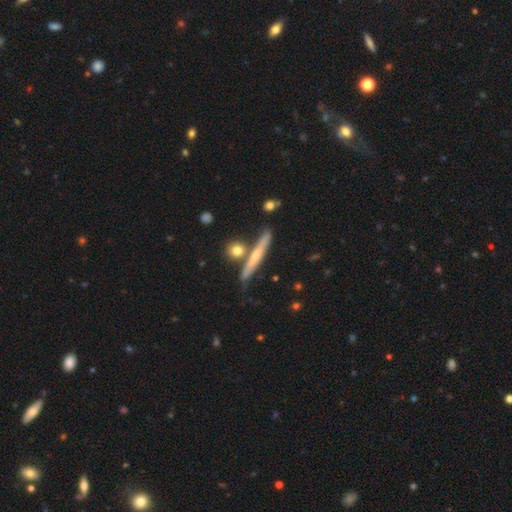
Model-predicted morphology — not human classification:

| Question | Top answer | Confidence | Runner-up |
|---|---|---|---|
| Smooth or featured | featured or disk | 52% | smooth (42%) |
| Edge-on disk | yes | 92% | no (8%) |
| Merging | none | 72% | minor disturbance (13%) |